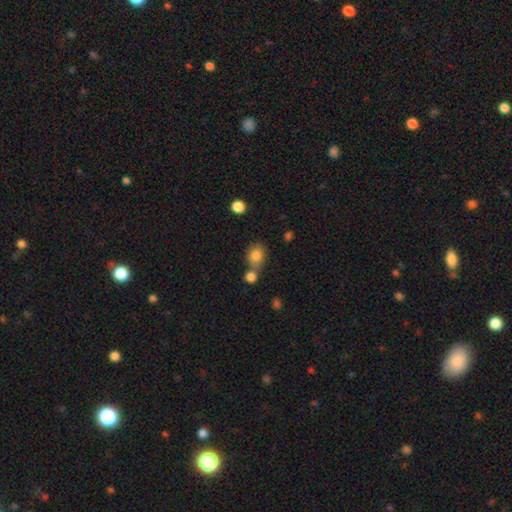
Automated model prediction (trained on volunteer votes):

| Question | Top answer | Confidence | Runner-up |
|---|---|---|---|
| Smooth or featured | smooth | 82% | star or artifact (10%) |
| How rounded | round | 56% | in between (43%) |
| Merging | none | 51% | merger (33%) |